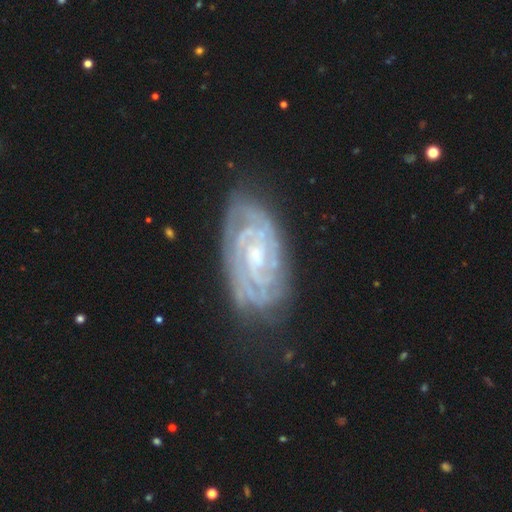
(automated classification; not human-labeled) featured or disk 88%, smooth 6%, star or artifact 6%. Down the decision tree: edge-on disk — no (95%); bar — no (54%); spiral arms — yes (97%); spiral arm count — 2 (28%); spiral winding — tight (80%); bulge size — small (53%); merging — none (75%).